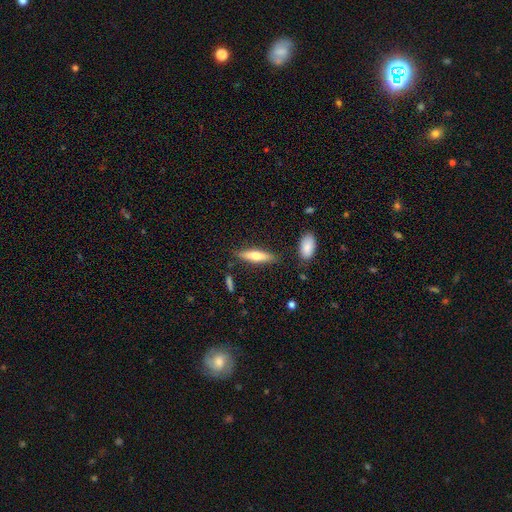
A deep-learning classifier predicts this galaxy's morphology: smooth 56%, featured or disk 38%, star or artifact 6%. Down the decision tree: how rounded — cigar-shaped (73%); merging — none (83%).